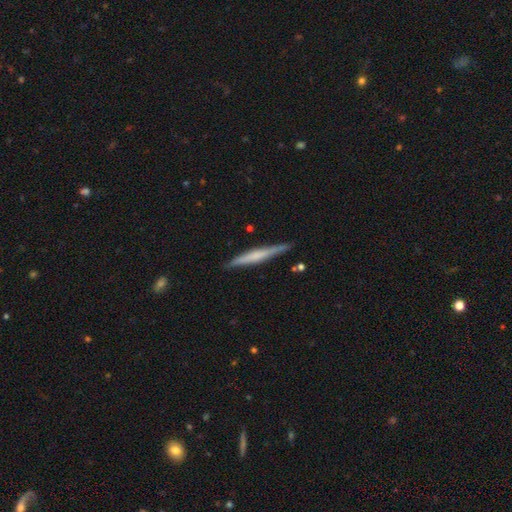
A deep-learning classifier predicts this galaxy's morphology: type=featured or disk (54%); edge-on=yes (97%); edge-on bulge=none (53%); merging=none (87%).